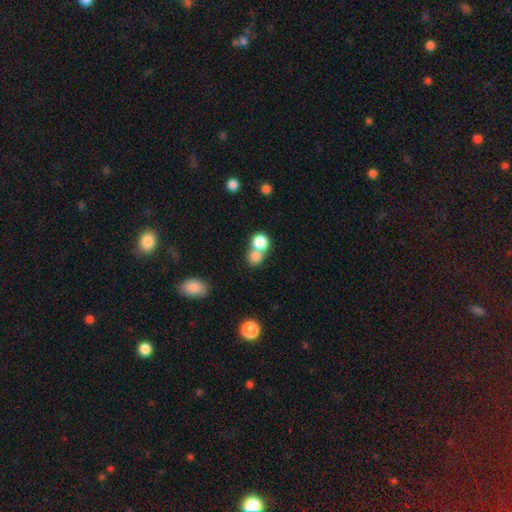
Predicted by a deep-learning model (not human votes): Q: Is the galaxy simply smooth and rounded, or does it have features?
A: smooth — 81%.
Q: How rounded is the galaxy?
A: round — 81%.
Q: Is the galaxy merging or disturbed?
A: merger — 53%.